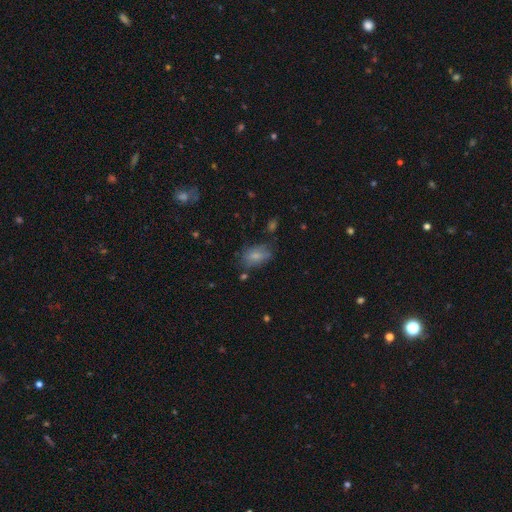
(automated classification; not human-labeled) Smooth or featured? smooth (73%)
How rounded? in between (88%)
Merging? none (64%)